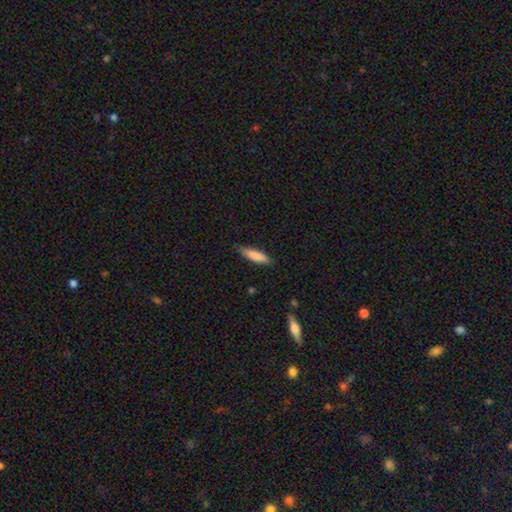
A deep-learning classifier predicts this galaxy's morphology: Smooth or featured? Predicted: smooth (p=0.83). How rounded? Predicted: cigar-shaped (p=0.68). Merging? Predicted: none (p=0.80).